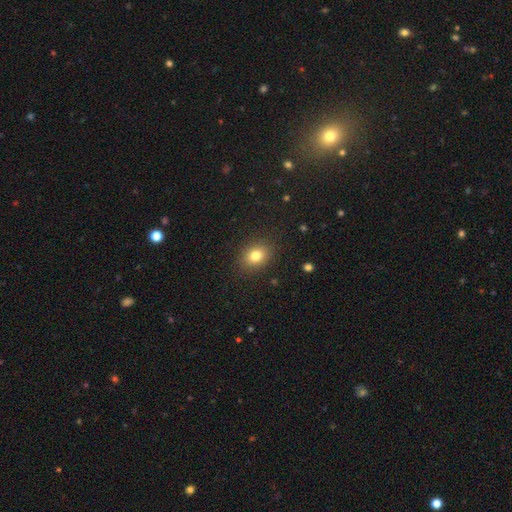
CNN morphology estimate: smooth_or_featured: smooth (p=0.79) [alt: star or artifact p=0.12]
how_rounded: in between (p=0.55) [alt: round p=0.44]
merging: none (p=0.87) [alt: minor disturbance p=0.09]